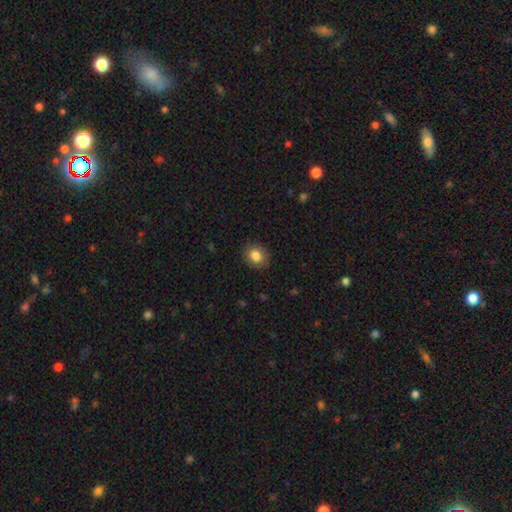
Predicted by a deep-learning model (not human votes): smooth 85%, star or artifact 9%, featured or disk 6%. Down the decision tree: how rounded — round (68%); merging — none (89%).